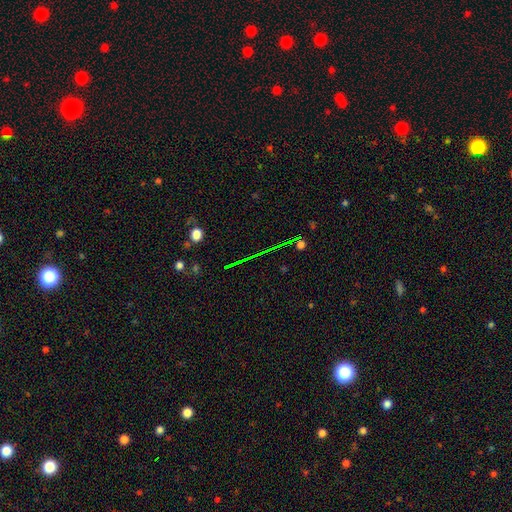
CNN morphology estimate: Q: Smooth or featured?
A: star or artifact (70%); runner-up: featured or disk (17%)